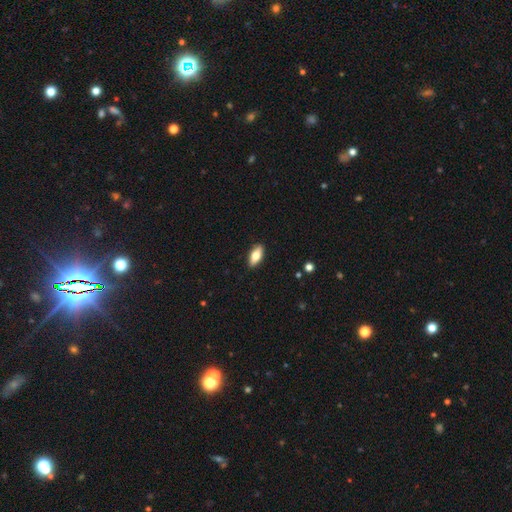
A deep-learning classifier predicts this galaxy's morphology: smooth_or_featured: smooth (p=0.72) [alt: featured or disk p=0.21]
how_rounded: in between (p=0.83) [alt: cigar-shaped p=0.14]
merging: none (p=0.90) [alt: minor disturbance p=0.08]